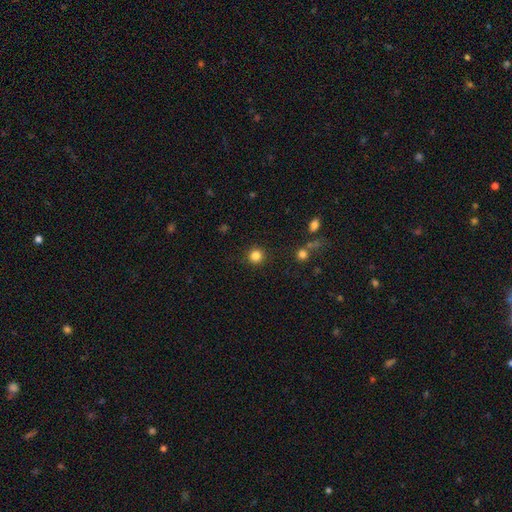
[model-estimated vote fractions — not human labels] Smooth or featured?
  - smooth: 84% *
  - star or artifact: 12%
  - featured or disk: 4%
How rounded?
  - round: 94% *
  - in between: 5%
  - cigar-shaped: 1%
Merging?
  - none: 91% *
  - minor disturbance: 5%
  - major disturbance: 2%
  - merger: 2%